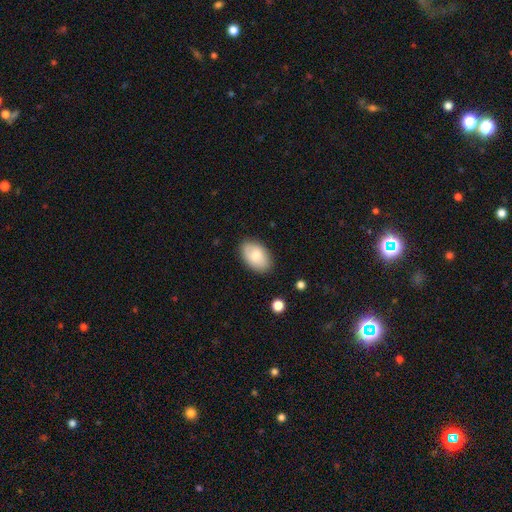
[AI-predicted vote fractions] smooth-or-featured: smooth: 75% | featured or disk: 18% | star or artifact: 7%
  how-rounded: in between: 91% | round: 8% | cigar-shaped: 1%
  merging: none: 83% | minor disturbance: 12% | major disturbance: 3% | merger: 1%